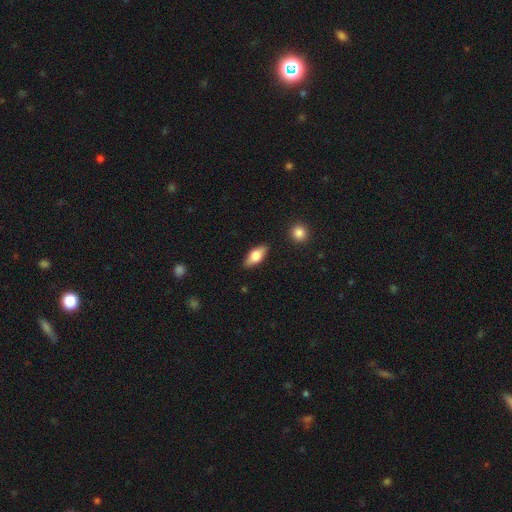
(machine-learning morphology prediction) This appears to be a smooth galaxy with no disk features (65%) that is in between round and cigar-shaped (81%). Merging: none (86%).